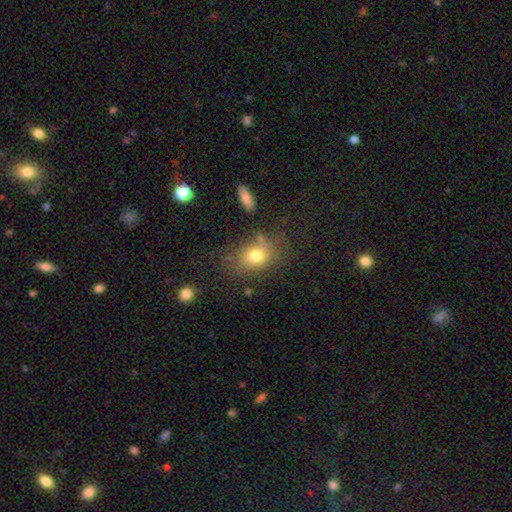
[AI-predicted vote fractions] Smooth or featured? Predicted: smooth (p=0.75). How rounded? Predicted: in between (p=0.58). Merging? Predicted: none (p=0.69).